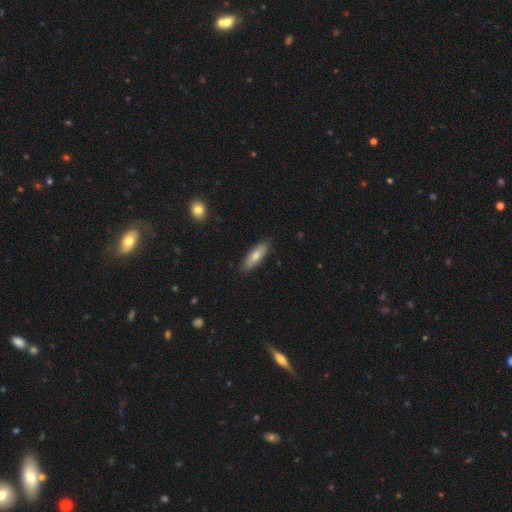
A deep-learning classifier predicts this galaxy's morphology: The model was most divided on "how rounded": in between: 52%, cigar-shaped: 46%, round: 2%. More confident: merging — none (88%); smooth or featured — smooth (75%).